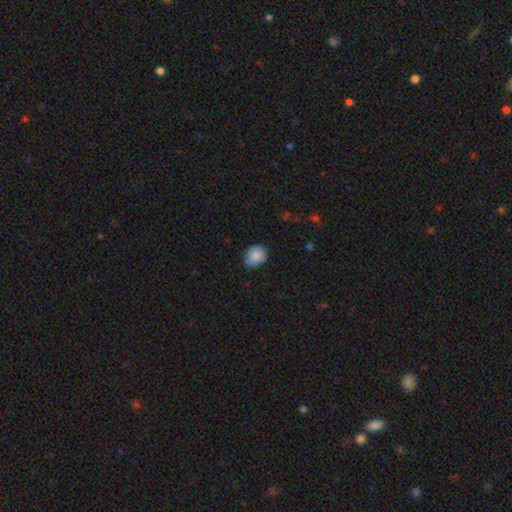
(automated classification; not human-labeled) Smooth or featured? Predicted: smooth (p=0.86). How rounded? Predicted: round (p=0.55). Merging? Predicted: none (p=0.77).